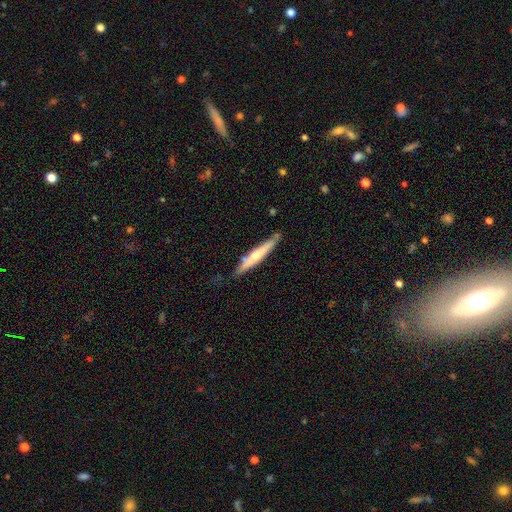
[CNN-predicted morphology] The model was most divided on "smooth or featured": featured or disk: 49%, smooth: 46%, star or artifact: 5%. More confident: merging — none (78%).